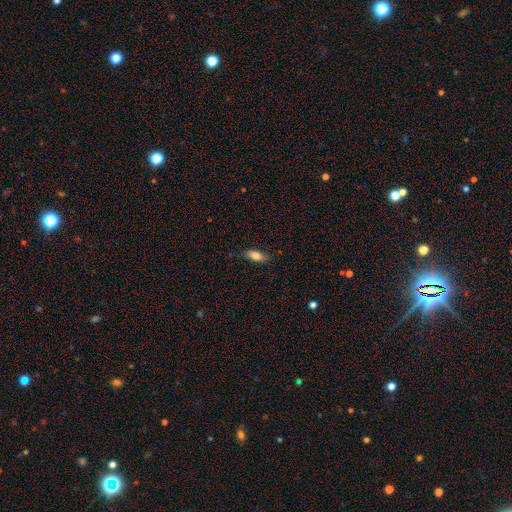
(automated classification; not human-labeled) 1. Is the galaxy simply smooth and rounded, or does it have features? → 80% smooth, 13% featured or disk, 7% star or artifact.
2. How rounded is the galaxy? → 79% in between, 18% cigar-shaped, 3% round.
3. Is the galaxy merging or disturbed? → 80% none, 16% minor disturbance, 3% major disturbance, 1% merger.